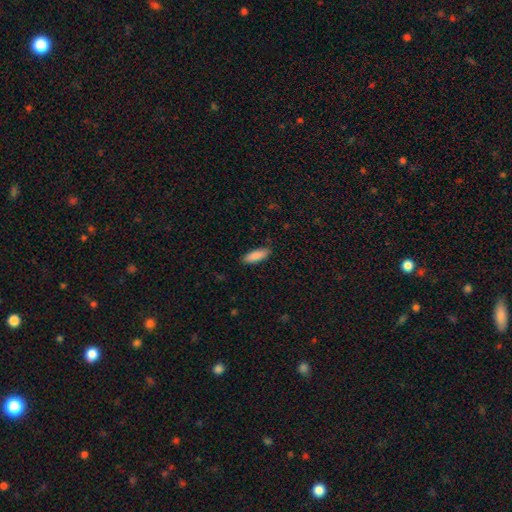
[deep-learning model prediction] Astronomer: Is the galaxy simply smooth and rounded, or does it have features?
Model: smooth — 89%.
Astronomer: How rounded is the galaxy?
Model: in between — 63%.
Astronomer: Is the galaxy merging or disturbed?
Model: none — 88%.